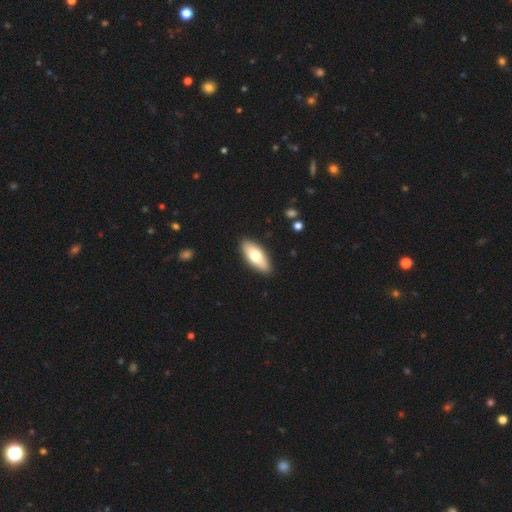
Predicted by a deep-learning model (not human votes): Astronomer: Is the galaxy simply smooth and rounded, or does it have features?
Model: smooth — 68%.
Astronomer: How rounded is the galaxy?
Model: in between — 79%.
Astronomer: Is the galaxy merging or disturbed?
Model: none — 90%.